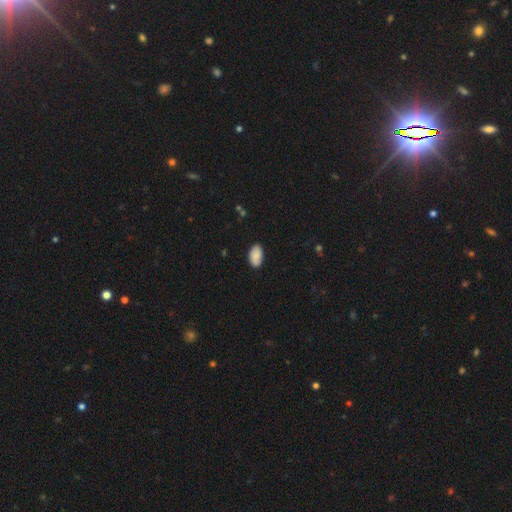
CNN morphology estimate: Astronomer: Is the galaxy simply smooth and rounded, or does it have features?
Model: smooth — 86%.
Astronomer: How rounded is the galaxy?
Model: in between — 95%.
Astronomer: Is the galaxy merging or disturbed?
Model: none — 84%.